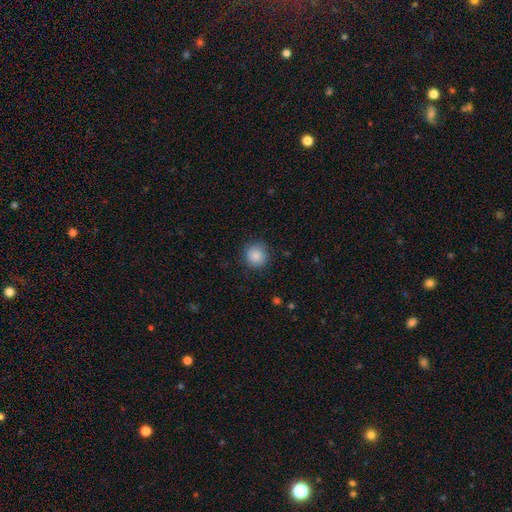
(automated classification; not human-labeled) A smooth galaxy with no disk features (87%) that is round (92%). Merging: none (85%).